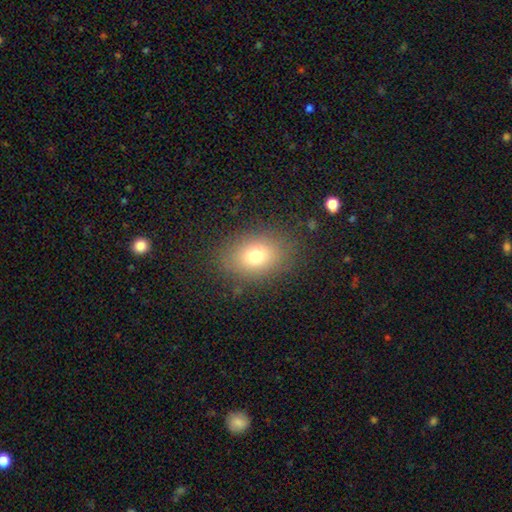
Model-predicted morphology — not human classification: This appears to be a smooth galaxy with no disk features (75%) that is in between round and cigar-shaped (69%). Merging: none (83%).